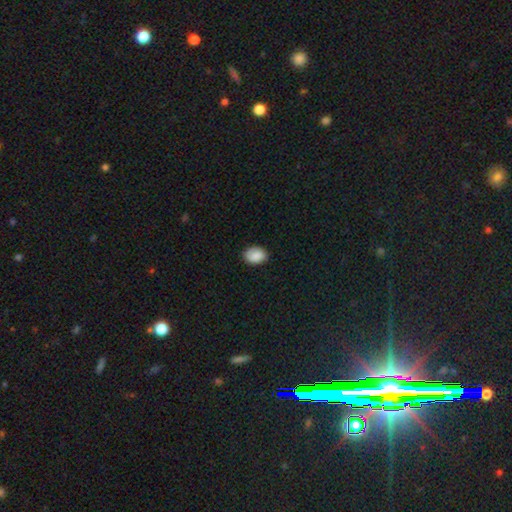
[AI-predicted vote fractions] Morphology: type=smooth (86%); roundness=in between (69%); merging=none (81%).